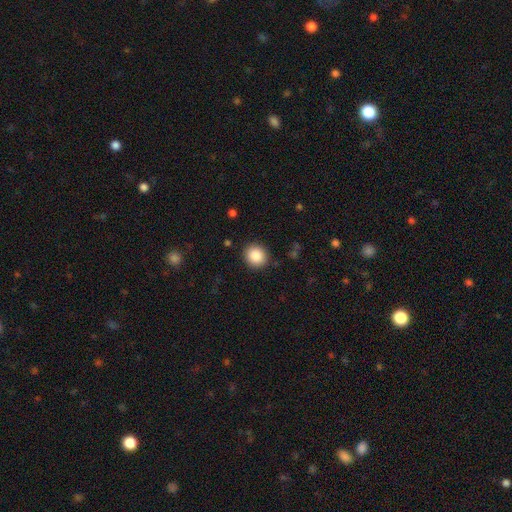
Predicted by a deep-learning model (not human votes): Smooth or featured? smooth (87%)
How rounded? round (85%)
Merging? none (90%)